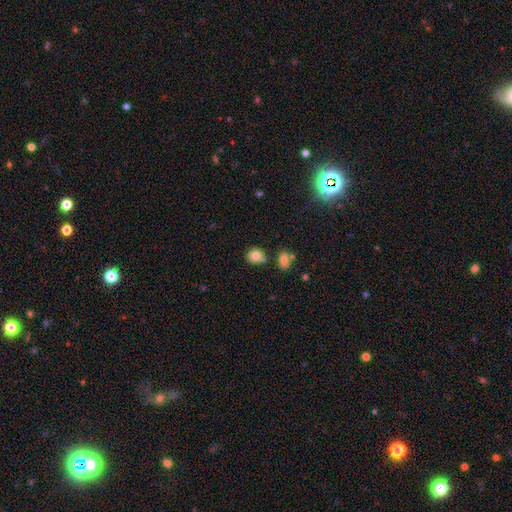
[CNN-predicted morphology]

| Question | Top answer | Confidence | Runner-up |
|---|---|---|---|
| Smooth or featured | smooth | 82% | star or artifact (10%) |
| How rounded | round | 81% | in between (18%) |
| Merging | none | 73% | merger (13%) |